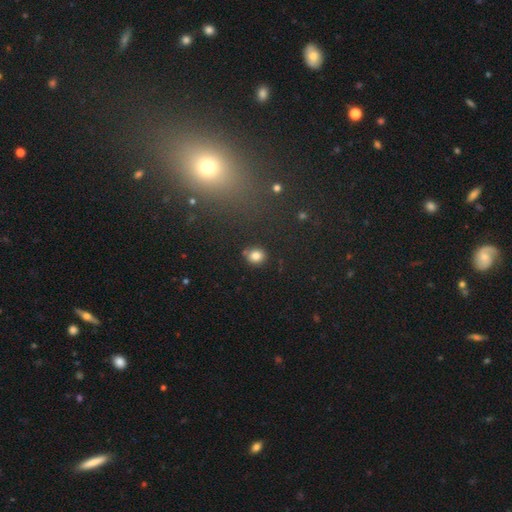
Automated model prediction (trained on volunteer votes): Smooth or featured?
  - smooth: 82% *
  - star or artifact: 12%
  - featured or disk: 6%
How rounded?
  - round: 75% *
  - in between: 24%
  - cigar-shaped: 1%
Merging?
  - none: 80% *
  - minor disturbance: 11%
  - merger: 6%
  - major disturbance: 3%